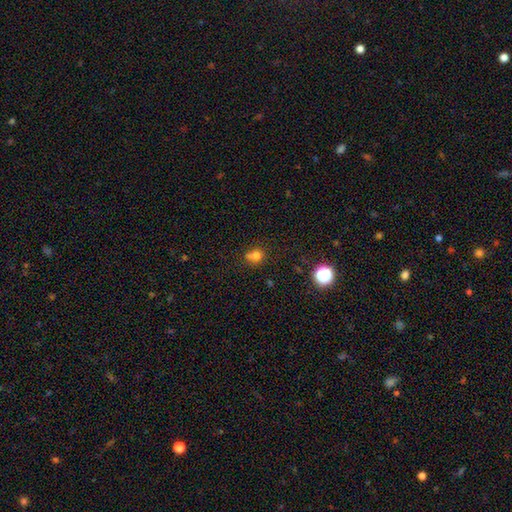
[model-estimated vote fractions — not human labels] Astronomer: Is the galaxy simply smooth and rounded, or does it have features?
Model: smooth — 75%.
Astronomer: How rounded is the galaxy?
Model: round — 71%.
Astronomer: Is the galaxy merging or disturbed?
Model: none — 53%.